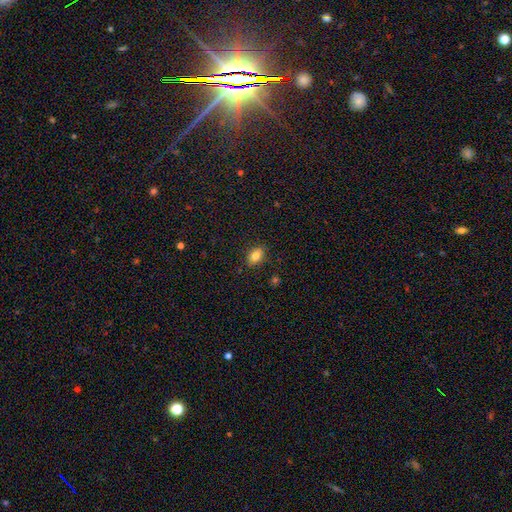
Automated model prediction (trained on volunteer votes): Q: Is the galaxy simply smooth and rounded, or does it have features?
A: smooth — 81%.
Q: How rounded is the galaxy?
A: in between — 85%.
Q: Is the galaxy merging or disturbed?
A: none — 87%.